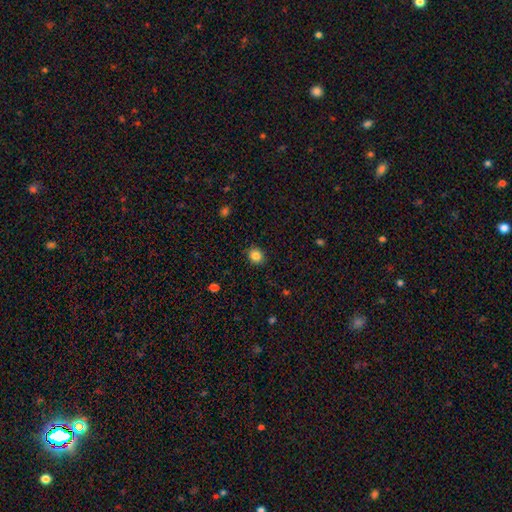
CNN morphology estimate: A smooth galaxy with no disk features (85%) that is round (73%). Merging: none (88%).